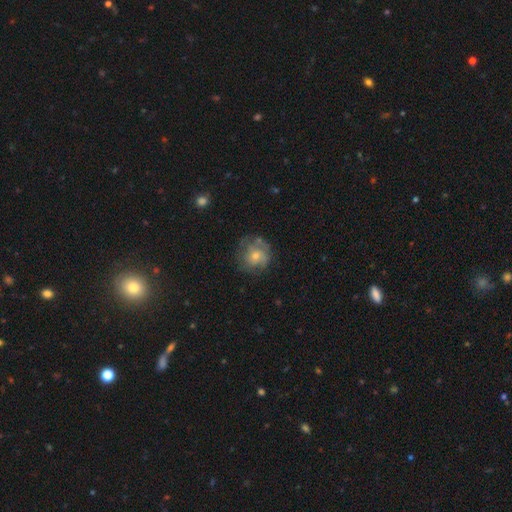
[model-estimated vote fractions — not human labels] Smooth or featured? Predicted: smooth (p=0.52). How rounded? Predicted: round (p=0.86). Merging? Predicted: none (p=0.61).